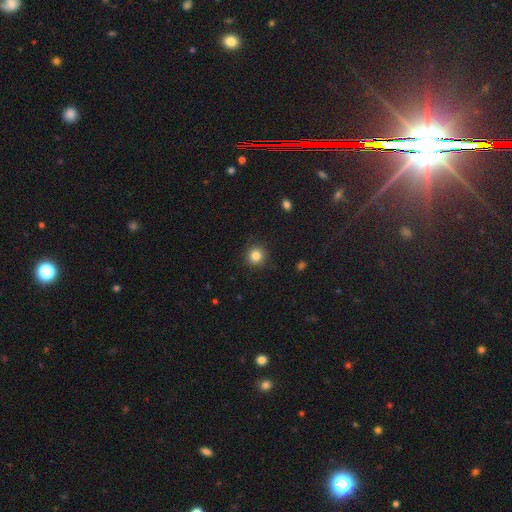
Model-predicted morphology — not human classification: smooth 83%, star or artifact 12%, featured or disk 5%. Down the decision tree: how rounded — round (93%); merging — none (90%).